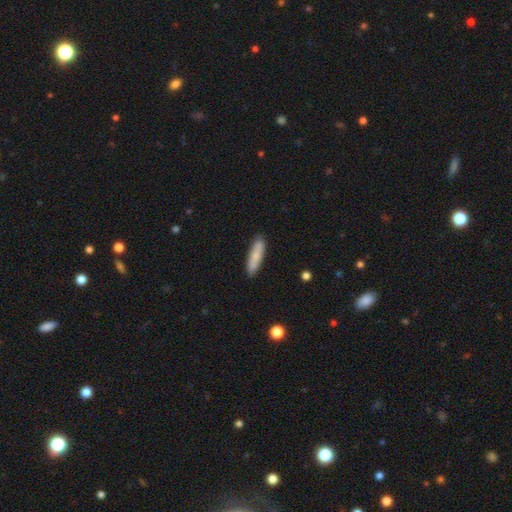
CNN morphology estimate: This is likely a smooth galaxy (78%). How rounded: likely cigar-shaped (72%). Merging: clearly none (87%).